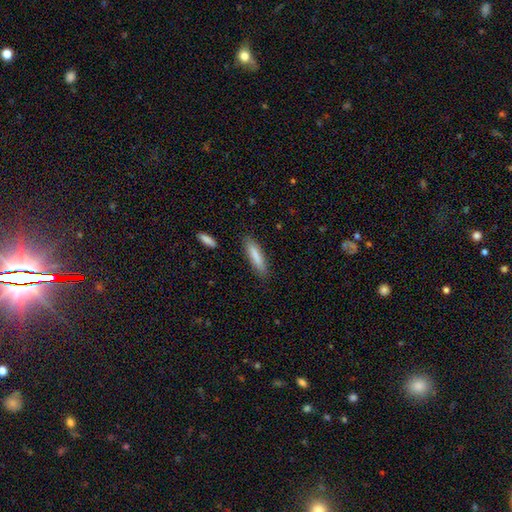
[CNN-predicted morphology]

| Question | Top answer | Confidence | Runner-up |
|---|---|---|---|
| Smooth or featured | smooth | 82% | featured or disk (12%) |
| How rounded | cigar-shaped | 77% | in between (22%) |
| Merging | none | 85% | minor disturbance (11%) |